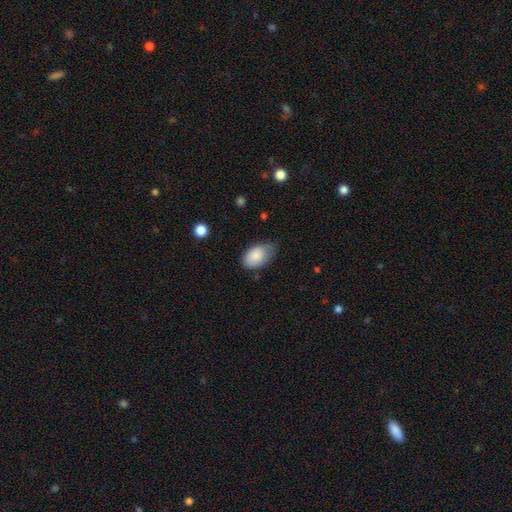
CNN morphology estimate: This appears to be a smooth galaxy with no disk features (86%) that is in between round and cigar-shaped (92%). Merging: none (57%).